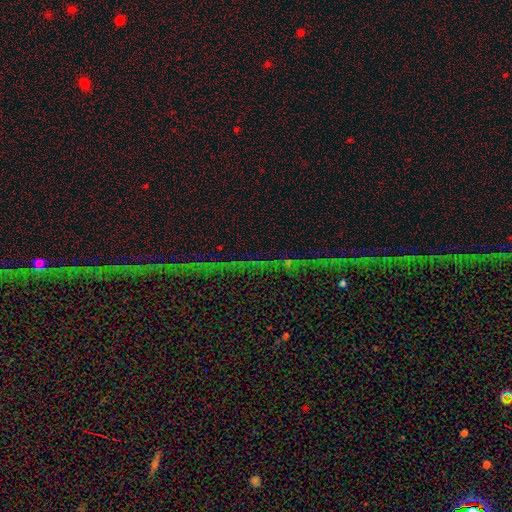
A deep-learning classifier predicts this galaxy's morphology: Q: Smooth or featured?
A: star or artifact (76%); runner-up: featured or disk (12%)